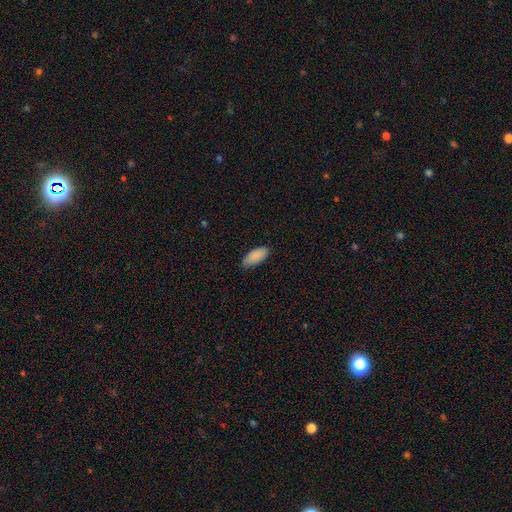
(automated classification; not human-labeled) smooth 89%, star or artifact 6%, featured or disk 5%. Down the decision tree: how rounded — in between (90%); merging — none (79%).